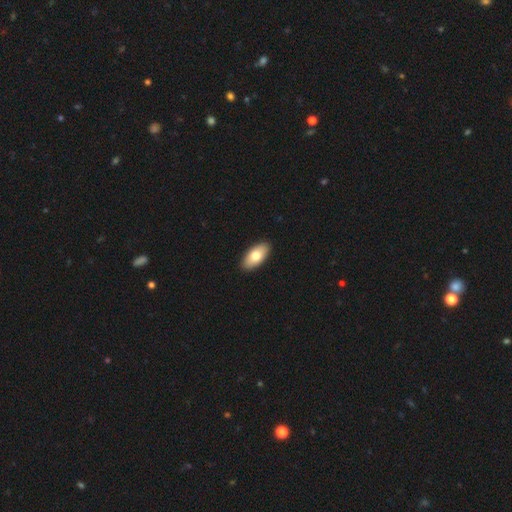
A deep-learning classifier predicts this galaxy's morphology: type=smooth (76%); roundness=in between (93%); merging=none (92%).